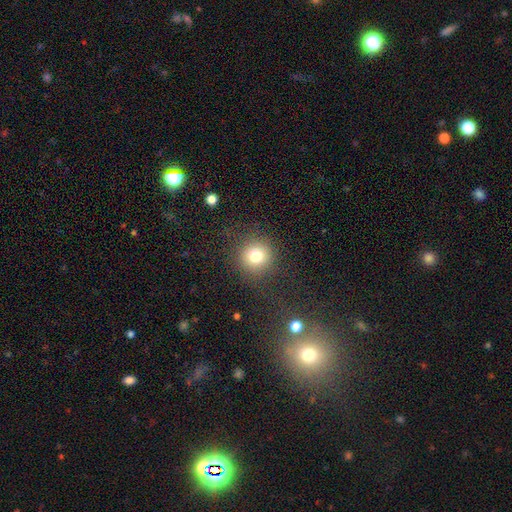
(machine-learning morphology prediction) smooth_or_featured: smooth (p=0.77) [alt: star or artifact p=0.14]
how_rounded: round (p=0.94) [alt: in between p=0.05]
merging: none (p=0.87) [alt: minor disturbance p=0.07]